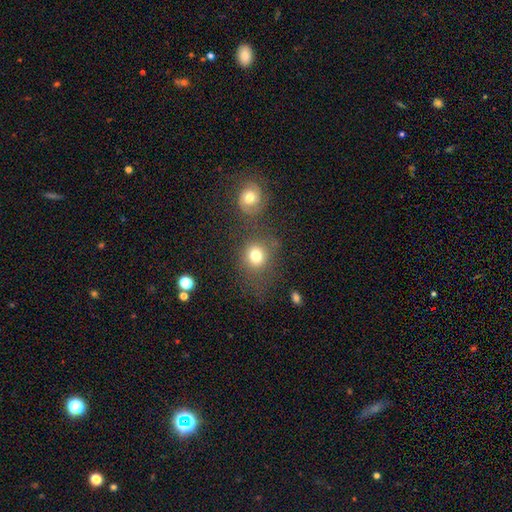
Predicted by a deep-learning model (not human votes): This appears to be a smooth galaxy with no disk features (78%) that is round (75%). Merging: none (63%).